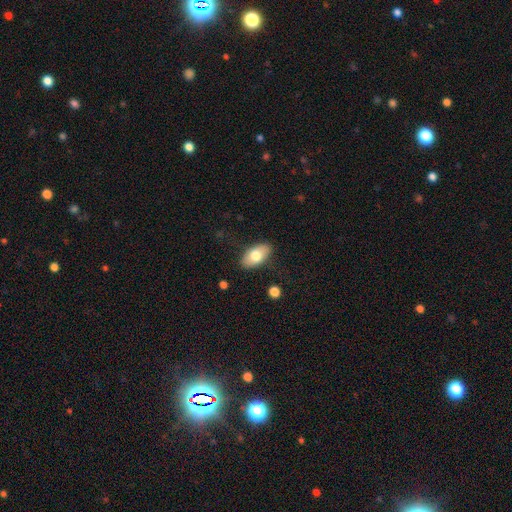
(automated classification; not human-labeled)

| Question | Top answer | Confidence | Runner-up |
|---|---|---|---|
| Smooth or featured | smooth | 74% | featured or disk (19%) |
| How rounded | in between | 93% | round (4%) |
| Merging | none | 85% | minor disturbance (11%) |